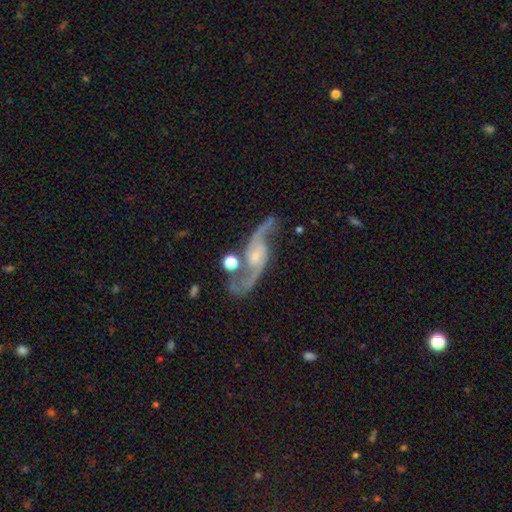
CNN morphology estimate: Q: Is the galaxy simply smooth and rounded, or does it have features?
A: featured or disk — 90%.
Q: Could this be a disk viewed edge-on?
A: no — 94%.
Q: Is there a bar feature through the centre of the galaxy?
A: no — 54%.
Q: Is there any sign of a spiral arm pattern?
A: yes — 97%.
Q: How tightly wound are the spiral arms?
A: loose — 67%.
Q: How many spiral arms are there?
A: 2 — 94%.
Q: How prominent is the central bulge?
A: small — 53%.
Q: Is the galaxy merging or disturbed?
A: none — 69%.